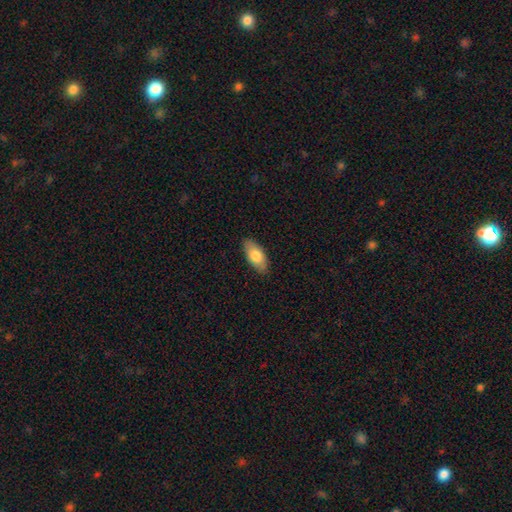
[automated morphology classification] A smooth galaxy with no disk features (78%) that is in between round and cigar-shaped (88%). Merging: none (87%).